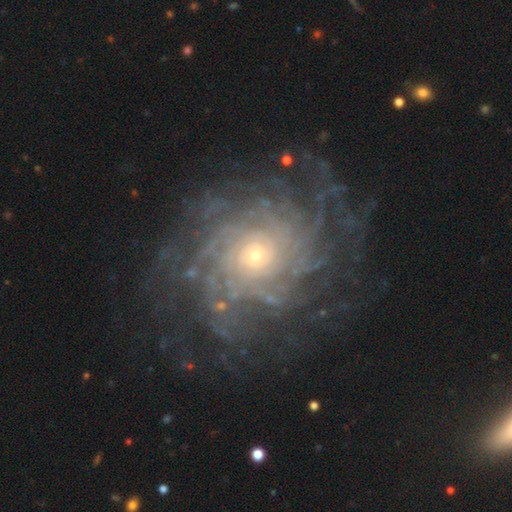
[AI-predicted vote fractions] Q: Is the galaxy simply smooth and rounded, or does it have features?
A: featured or disk — 88%.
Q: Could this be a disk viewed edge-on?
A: no — 97%.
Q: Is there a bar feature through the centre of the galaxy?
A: no — 78%.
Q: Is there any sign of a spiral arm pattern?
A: yes — 97%.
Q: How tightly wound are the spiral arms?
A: tight — 74%.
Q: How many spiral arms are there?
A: more than 4 — 45%.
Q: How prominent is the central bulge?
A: small — 66%.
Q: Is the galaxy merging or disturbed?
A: none — 77%.